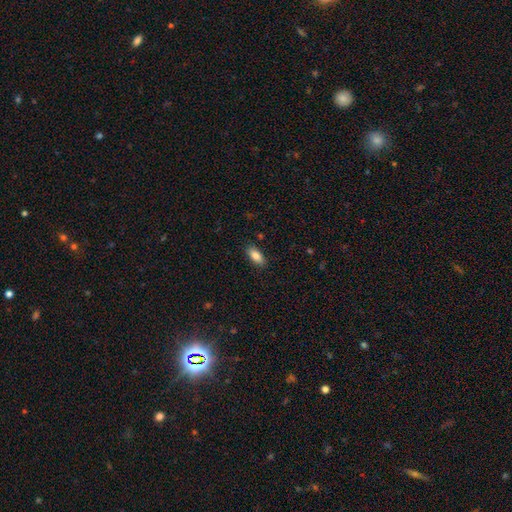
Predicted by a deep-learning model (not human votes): A smooth galaxy with no disk features (85%) that is in between round and cigar-shaped (87%). Merging: none (88%).